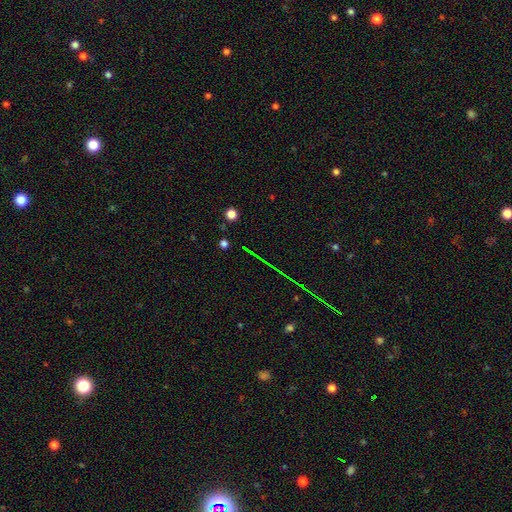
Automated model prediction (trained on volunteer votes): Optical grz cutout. It shows a star or artifact, not a galaxy (69%).